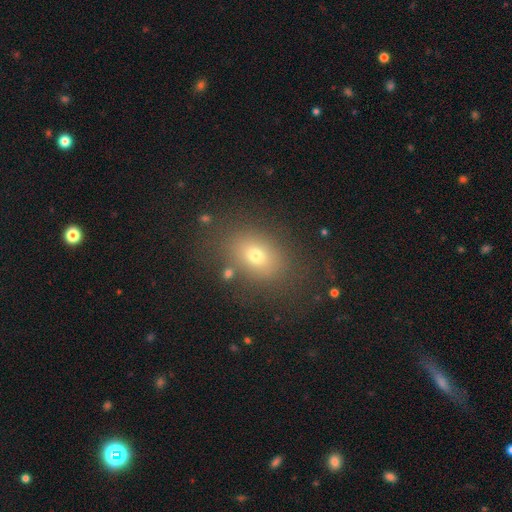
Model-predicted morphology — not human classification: Smooth or featured?
  - smooth: 67% *
  - star or artifact: 19%
  - featured or disk: 14%
How rounded?
  - in between: 66% *
  - round: 32%
  - cigar-shaped: 1%
Merging?
  - none: 79% *
  - minor disturbance: 12%
  - major disturbance: 6%
  - merger: 3%